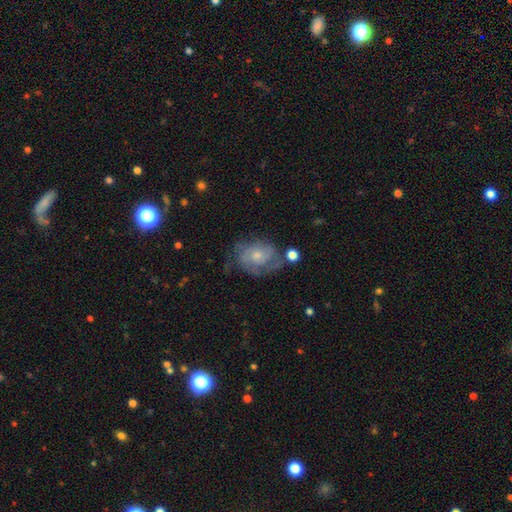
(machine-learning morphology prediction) smooth-or-featured: featured or disk: 68% | smooth: 22% | star or artifact: 11%
  disk-edge-on: no: 97% | yes: 3%
    bar: no: 76% | weak: 20% | strong: 3%
    has-spiral-arms: yes: 85% | no: 15%
      spiral-winding: tight: 51% | medium: 35% | loose: 13%
      spiral-arm-count: can't tell: 41% | 2: 27% | 3: 15% | 1: 6% | 4: 5% | more than 4: 4%
    bulge-size: small: 56% | moderate: 36% | none: 4% | large: 3% | dominant: 1%
  merging: none: 61% | minor disturbance: 22% | major disturbance: 13% | merger: 4%